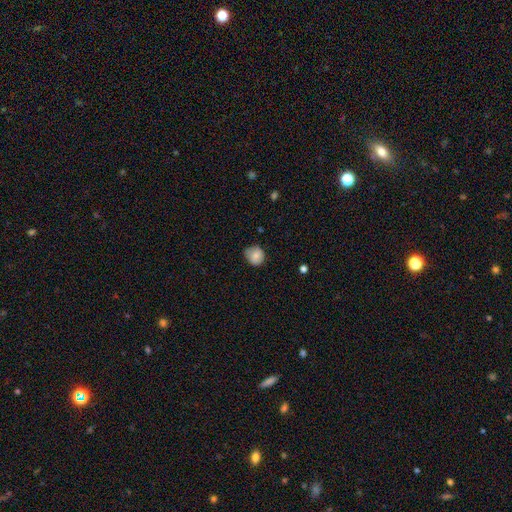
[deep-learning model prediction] Smooth or featured? Predicted: smooth (p=0.81). How rounded? Predicted: round (p=0.80). Merging? Predicted: none (p=0.65).